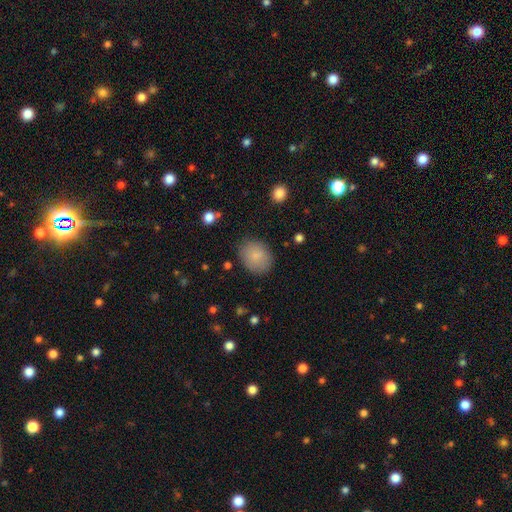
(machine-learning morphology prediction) A smooth galaxy with no disk features (84%) that is in between round and cigar-shaped (57%).

Vote fractions:
- Smooth or featured? smooth: 84% / featured or disk: 8% / star or artifact: 8%
- How rounded? in between: 57% / round: 42% / cigar-shaped: 1%
- Merging? none: 82% / minor disturbance: 13% / major disturbance: 4% / merger: 1%